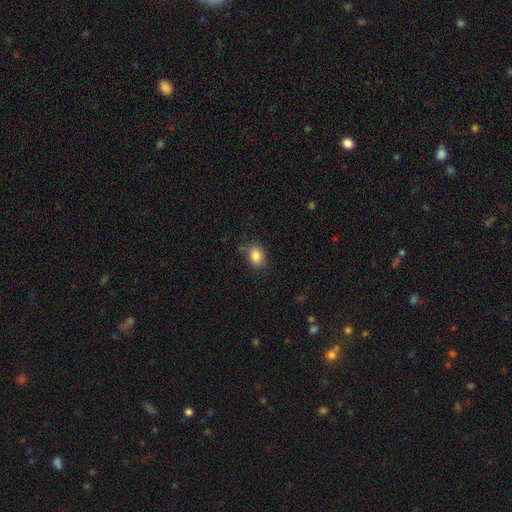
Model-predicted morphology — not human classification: The model was most divided on "how rounded": in between: 62%, round: 37%, cigar-shaped: 1%. More confident: smooth or featured — smooth (85%); merging — none (74%).